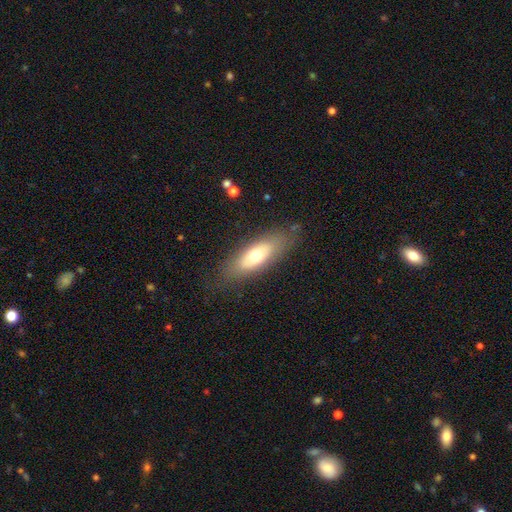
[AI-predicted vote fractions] Smooth or featured? smooth (61%)
How rounded? in between (68%)
Merging? none (79%)